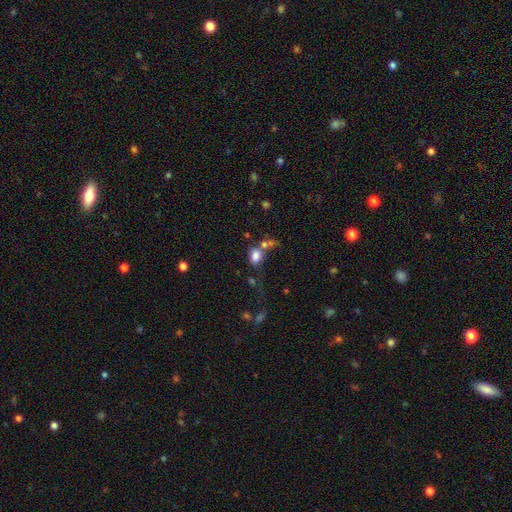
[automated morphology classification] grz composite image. It shows a smooth galaxy with no disk features (79%) that is in between round and cigar-shaped (68%). Merging: none (42%).